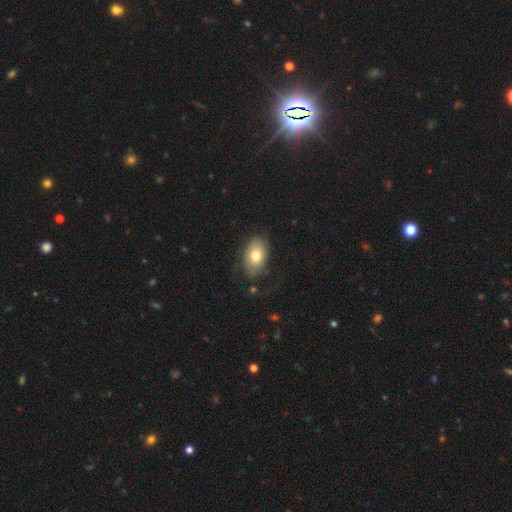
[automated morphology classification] smooth_or_featured: smooth (p=0.75) [alt: featured or disk p=0.18]
how_rounded: in between (p=0.89) [alt: round p=0.10]
merging: none (p=0.72) [alt: minor disturbance p=0.19]